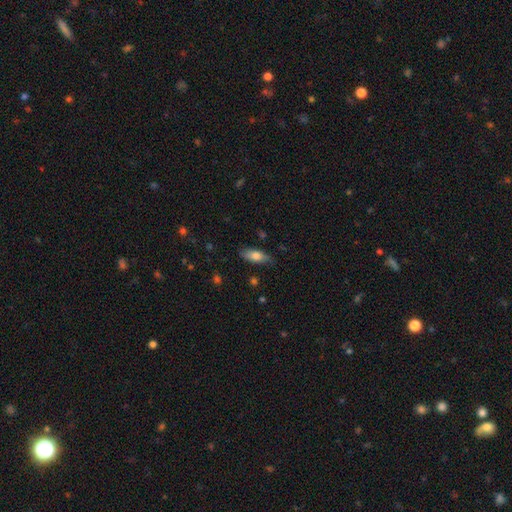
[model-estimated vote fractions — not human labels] Smooth or featured? Predicted: smooth (p=0.74). How rounded? Predicted: in between (p=0.69). Merging? Predicted: none (p=0.81).